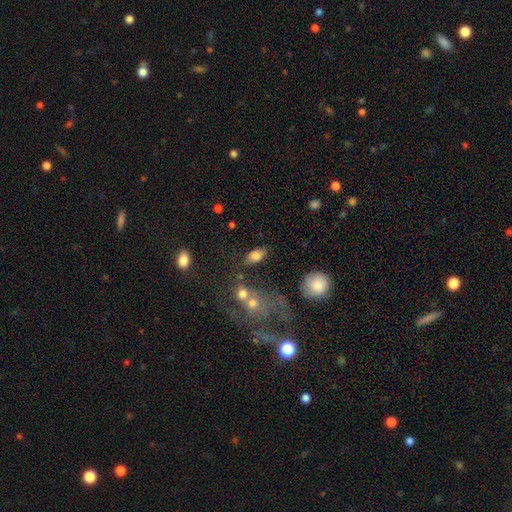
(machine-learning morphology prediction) Smooth or featured: smooth — 80% (featured or disk — 11%)
How rounded: in between — 90% (round — 6%)
Merging: none — 75% (minor disturbance — 14%)